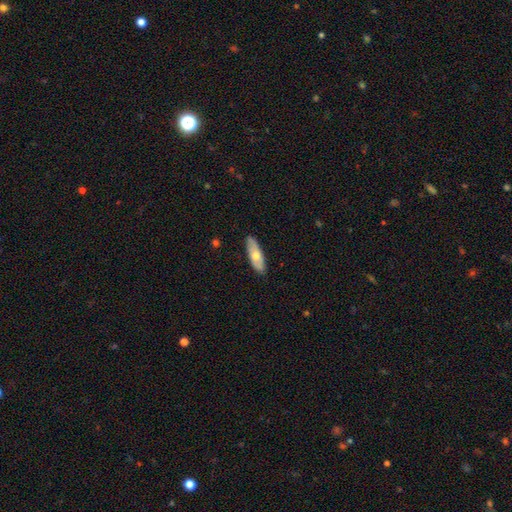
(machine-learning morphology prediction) Smooth or featured? Predicted: smooth (p=0.58). How rounded? Predicted: in between (p=0.66). Merging? Predicted: none (p=0.86).